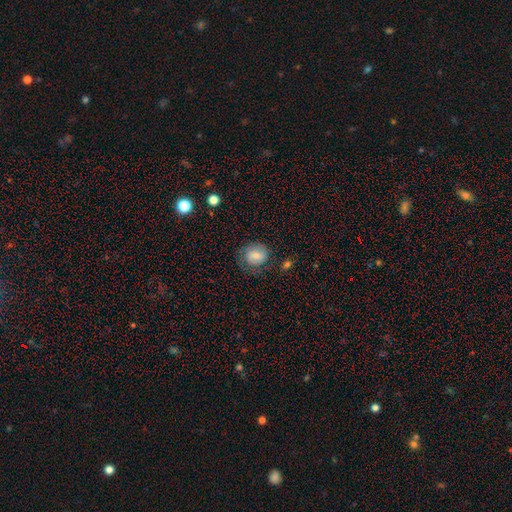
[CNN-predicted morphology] Smooth or featured: smooth — 63% (featured or disk — 29%)
How rounded: round — 71% (in between — 28%)
Merging: none — 66% (minor disturbance — 20%)